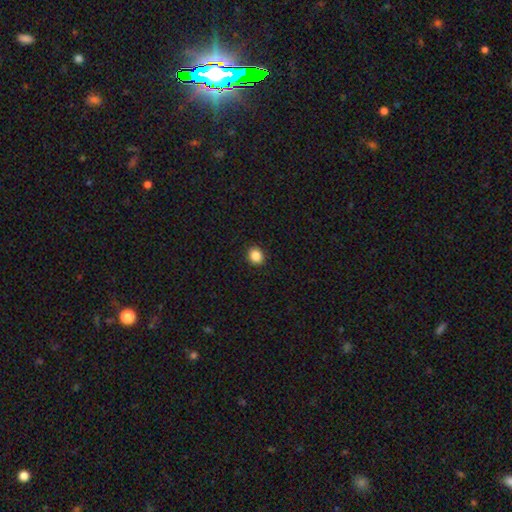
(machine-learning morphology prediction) Smooth or featured? Predicted: smooth (p=0.87). How rounded? Predicted: round (p=0.75). Merging? Predicted: none (p=0.92).